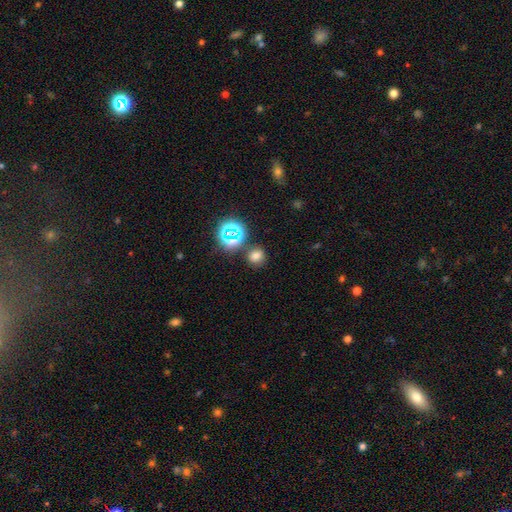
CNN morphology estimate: Smooth or featured?
  - smooth: 69% *
  - star or artifact: 25%
  - featured or disk: 7%
How rounded?
  - round: 74% *
  - in between: 25%
  - cigar-shaped: 1%
Merging?
  - none: 80% *
  - minor disturbance: 10%
  - merger: 7%
  - major disturbance: 3%